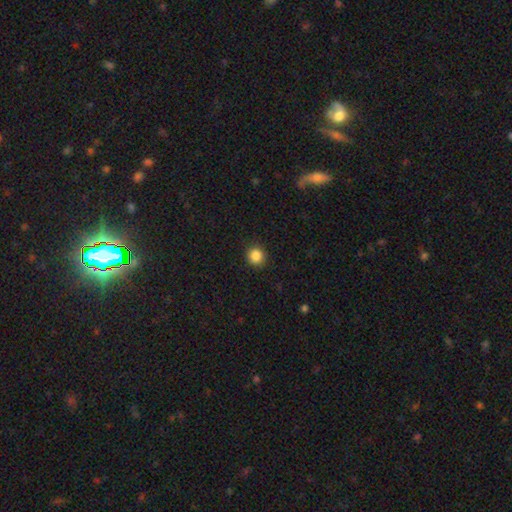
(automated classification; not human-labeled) Smooth or featured: smooth — 86% (star or artifact — 11%)
How rounded: round — 92% (in between — 7%)
Merging: none — 91% (minor disturbance — 6%)